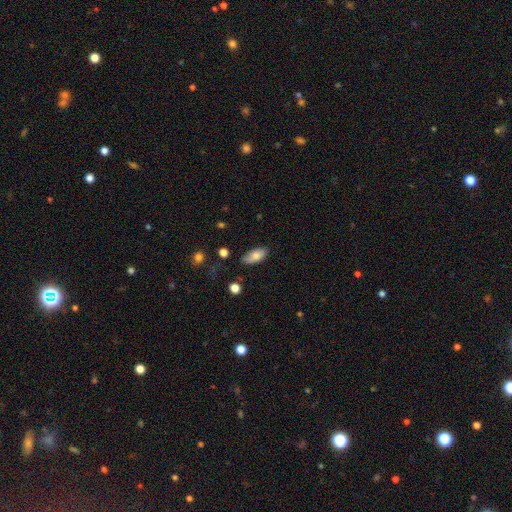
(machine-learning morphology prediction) The model was most divided on "merging": none: 78%, minor disturbance: 17%, major disturbance: 3%, merger: 2%. More confident: how rounded — in between (90%); smooth or featured — smooth (78%).